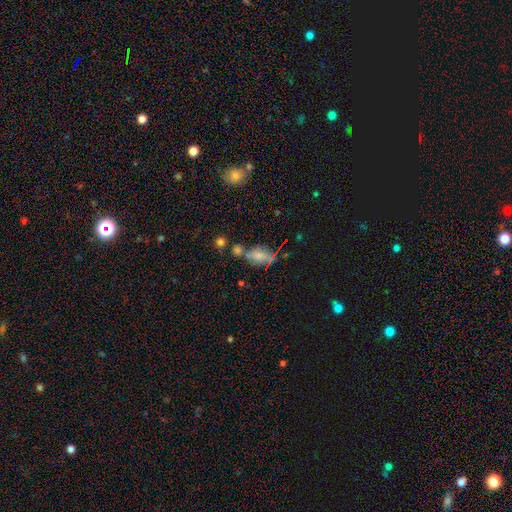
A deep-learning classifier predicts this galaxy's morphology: Smooth or featured? smooth (40%)
Merging? none (47%)